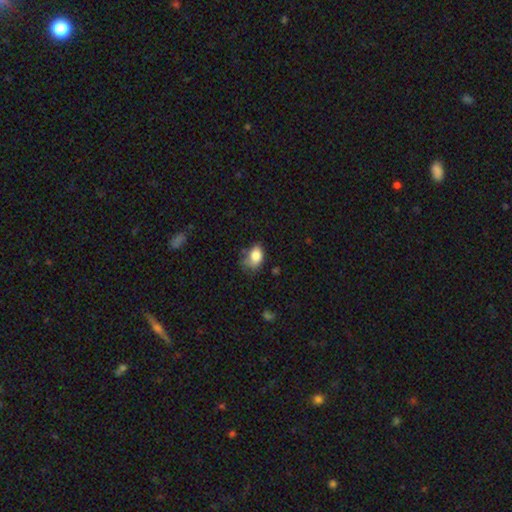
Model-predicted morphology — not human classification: type=smooth (81%); roundness=in between (78%); merging=none (42%).